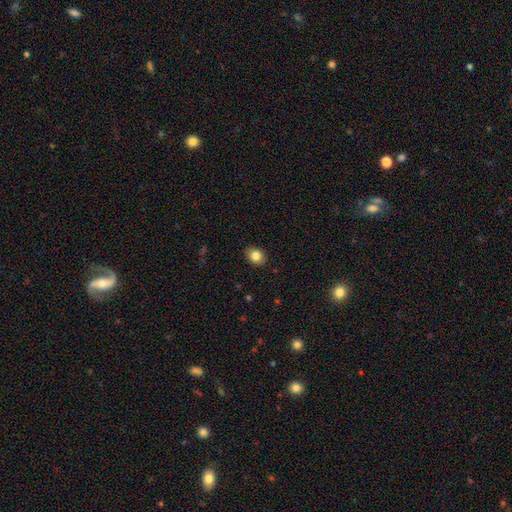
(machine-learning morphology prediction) This appears to be a smooth galaxy with no disk features (84%) that is in between round and cigar-shaped (55%). Merging: none (89%).